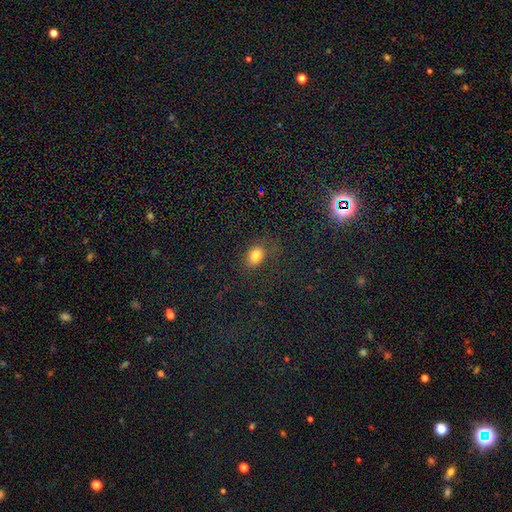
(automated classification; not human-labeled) This appears to be a smooth galaxy with no disk features (79%) that is in between round and cigar-shaped (67%). Merging: none (76%).